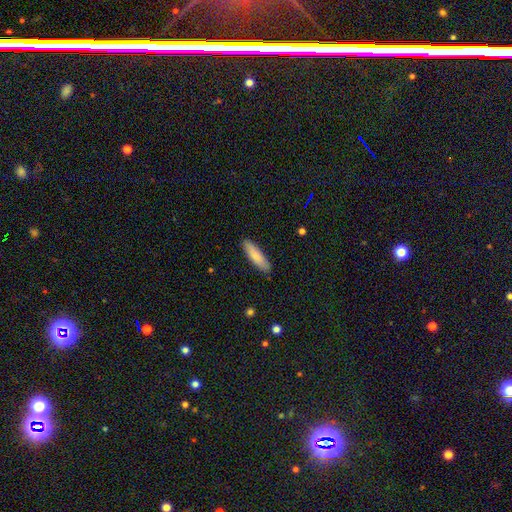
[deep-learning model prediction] Q: Smooth or featured?
A: smooth (82%); runner-up: featured or disk (12%)
Q: How rounded?
A: cigar-shaped (70%); runner-up: in between (28%)
Q: Merging?
A: none (89%); runner-up: minor disturbance (9%)